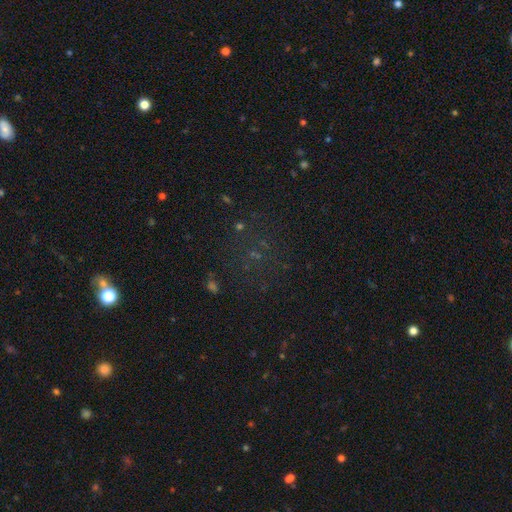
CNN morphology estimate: The model was most divided on "smooth or featured": star or artifact: 53%, smooth: 31%, featured or disk: 16%.